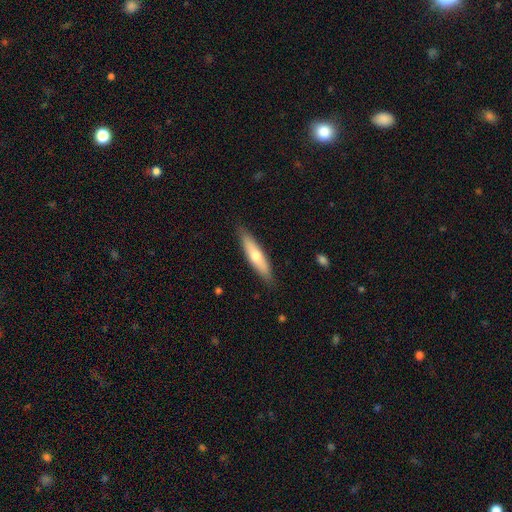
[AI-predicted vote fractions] Overall: smooth (58%; featured or disk 37%). How rounded: cigar-shaped (79%). Merging: none (87%).